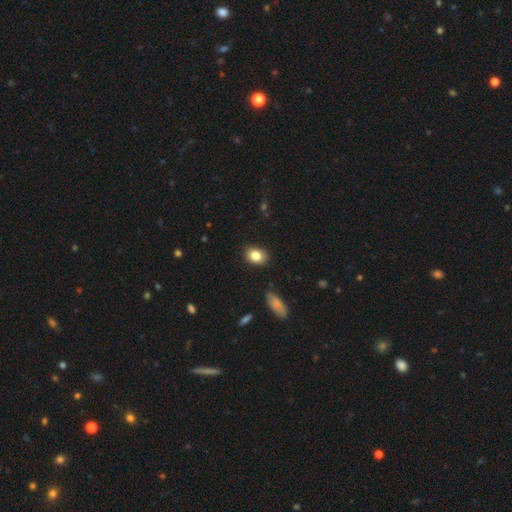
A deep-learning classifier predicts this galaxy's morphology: smooth 83%, star or artifact 9%, featured or disk 8%. Down the decision tree: how rounded — in between (65%); merging — none (86%).